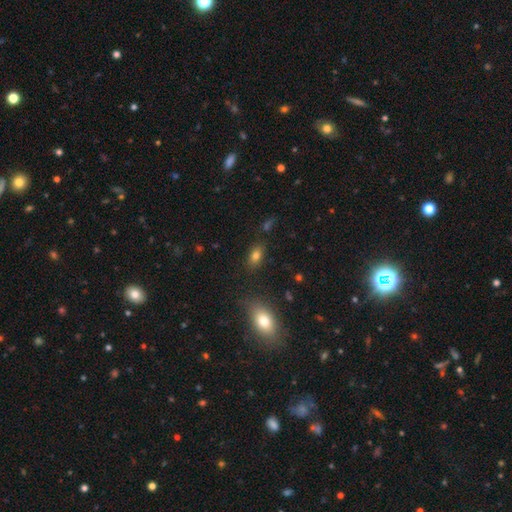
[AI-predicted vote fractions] smooth-or-featured: smooth: 78% | star or artifact: 13% | featured or disk: 10%
  how-rounded: in between: 85% | round: 11% | cigar-shaped: 4%
  merging: none: 82% | minor disturbance: 12% | major disturbance: 3% | merger: 3%